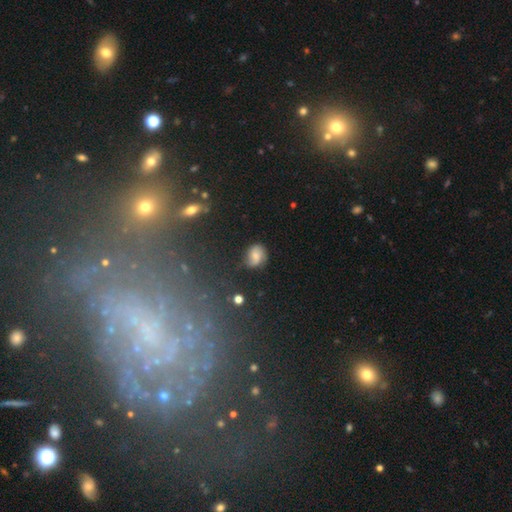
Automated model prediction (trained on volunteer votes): smooth_or_featured: smooth (p=0.52) [alt: featured or disk p=0.36]
how_rounded: in between (p=0.53) [alt: round p=0.45]
merging: none (p=0.61) [alt: minor disturbance p=0.27]